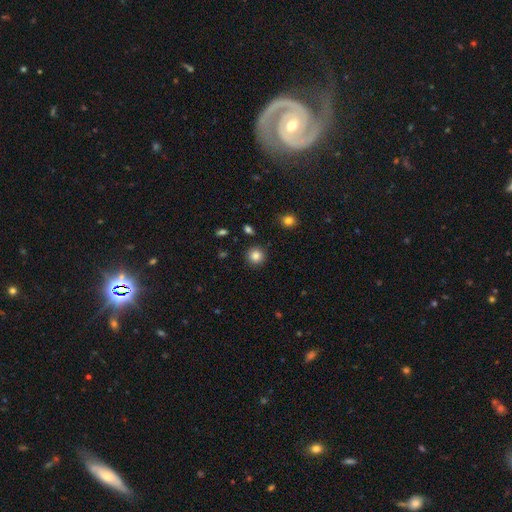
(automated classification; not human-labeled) Smooth or featured? smooth (85%)
How rounded? round (93%)
Merging? none (90%)